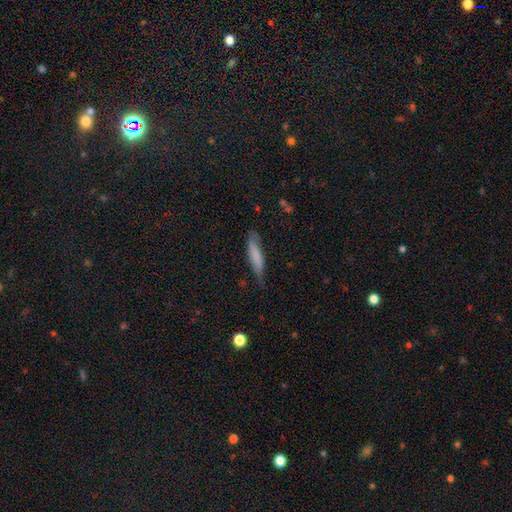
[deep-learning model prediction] Smooth or featured? Predicted: smooth (p=0.72). How rounded? Predicted: cigar-shaped (p=0.80). Merging? Predicted: none (p=0.59).